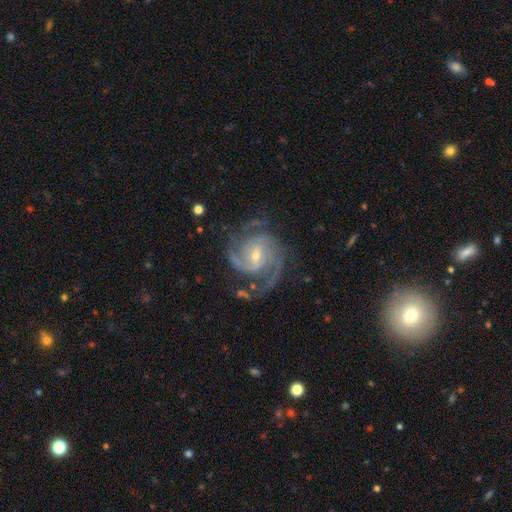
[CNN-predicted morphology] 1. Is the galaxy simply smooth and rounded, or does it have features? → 92% featured or disk, 5% star or artifact, 4% smooth.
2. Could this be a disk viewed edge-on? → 98% no, 2% yes.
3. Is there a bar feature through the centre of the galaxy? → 52% weak, 29% no, 19% strong.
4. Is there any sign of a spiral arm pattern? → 98% yes, 2% no.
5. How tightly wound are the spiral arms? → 46% tight, 45% medium, 8% loose.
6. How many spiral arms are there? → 38% 2, 35% 3, 10% can't tell, 7% 4, 5% 1, 5% more than 4.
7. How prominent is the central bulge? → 59% small, 37% moderate, 2% large, 1% none, 1% dominant.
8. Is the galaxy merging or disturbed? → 71% none, 17% minor disturbance, 10% major disturbance, 2% merger.